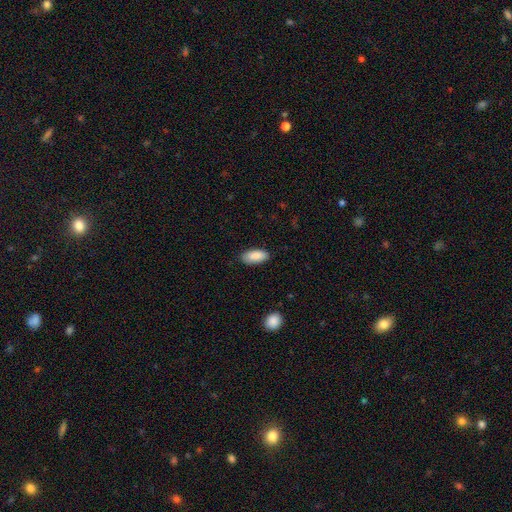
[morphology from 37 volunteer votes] Q: Smooth or featured?
A: smooth (92%); runner-up: featured or disk (8%)
Q: How rounded?
A: in between (91%); runner-up: cigar-shaped (6%)
Q: Merging?
A: none (81%); runner-up: minor disturbance (14%)